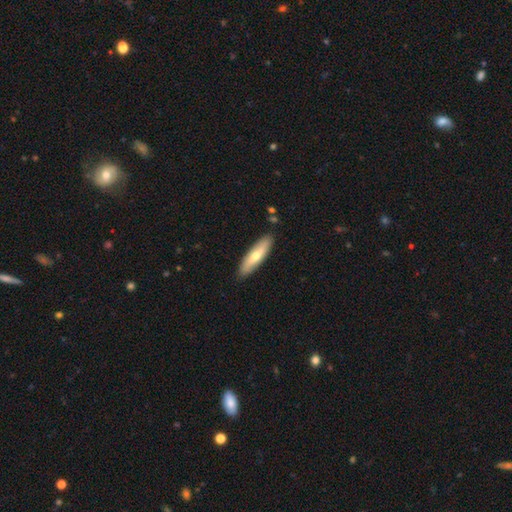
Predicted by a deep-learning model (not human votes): smooth 61%, featured or disk 34%, star or artifact 5%. Down the decision tree: how rounded — cigar-shaped (64%); merging — none (88%).